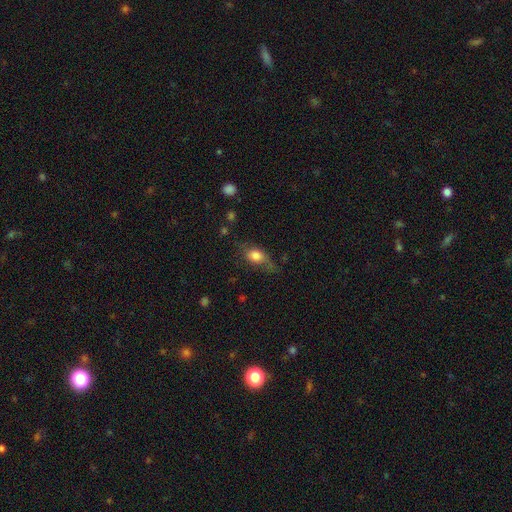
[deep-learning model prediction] Smooth or featured?
  - smooth: 73% *
  - featured or disk: 19%
  - star or artifact: 9%
How rounded?
  - in between: 72% *
  - round: 22%
  - cigar-shaped: 6%
Merging?
  - none: 46% *
  - minor disturbance: 31%
  - major disturbance: 20%
  - merger: 3%